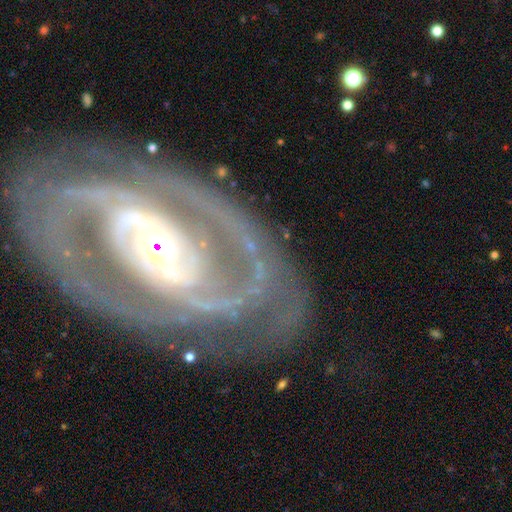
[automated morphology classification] Overall: featured or disk (86%). Edge-on disk: no (95%). Bar: no (38%; strong 31%). Spiral arms: yes (86%). Spiral arm count: 2 (55%; can't tell 18%). Spiral winding: tight (52%; medium 34%). Bulge size: moderate (55%; small 29%). Merging: none (67%).